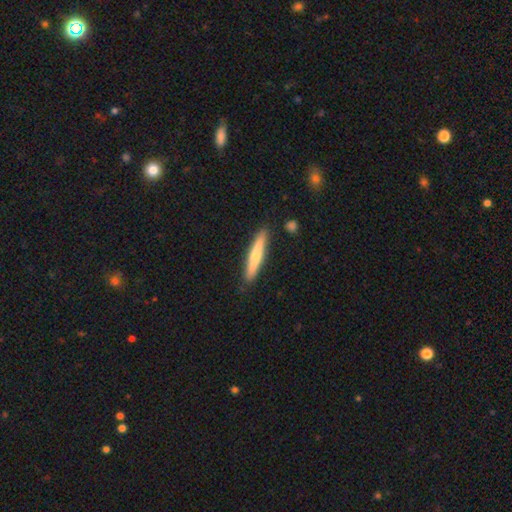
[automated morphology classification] Overall: smooth (53%; featured or disk 42%). How rounded: cigar-shaped (92%). Merging: none (88%).